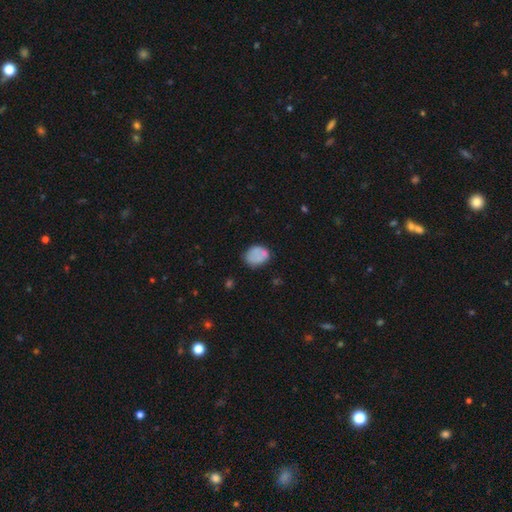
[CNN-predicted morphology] Smooth or featured? smooth (73%)
How rounded? in between (60%)
Merging? none (58%)